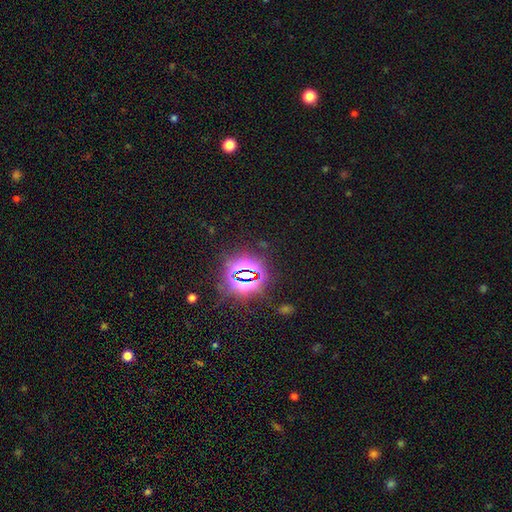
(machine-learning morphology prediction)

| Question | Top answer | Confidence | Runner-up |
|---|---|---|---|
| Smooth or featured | star or artifact | 83% | smooth (10%) |